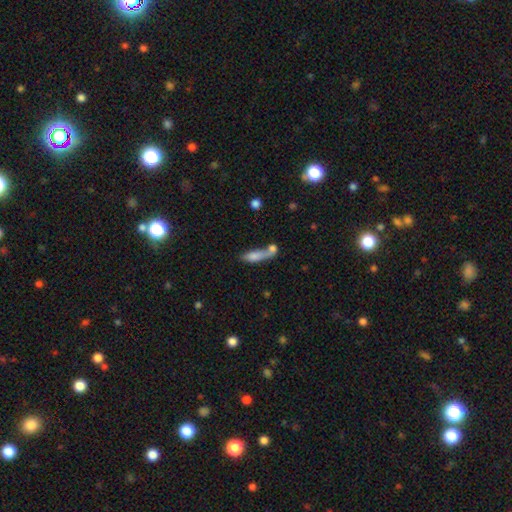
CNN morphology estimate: The model was most divided on "how rounded": cigar-shaped: 50%, in between: 46%, round: 4%. Remaining: smooth or featured — smooth (73%); merging — merger (48%).